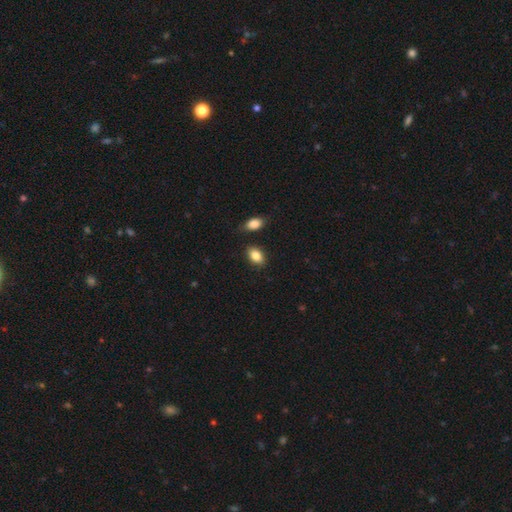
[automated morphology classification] Smooth or featured: smooth — 85% (star or artifact — 8%)
How rounded: in between — 86% (round — 13%)
Merging: none — 83% (minor disturbance — 10%)